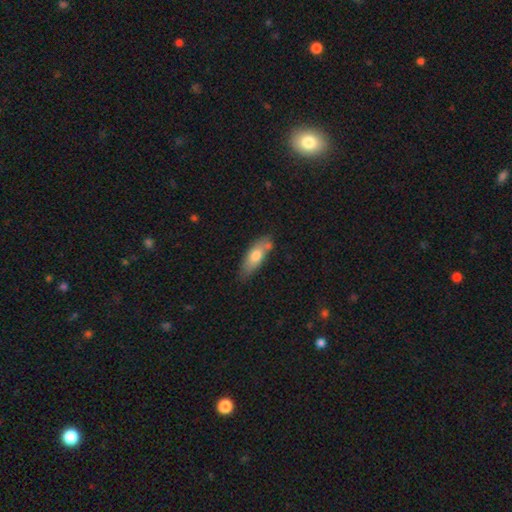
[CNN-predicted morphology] The model was most divided on "how rounded": in between: 67%, cigar-shaped: 31%, round: 2%. More confident: smooth or featured — smooth (70%); merging — none (64%).